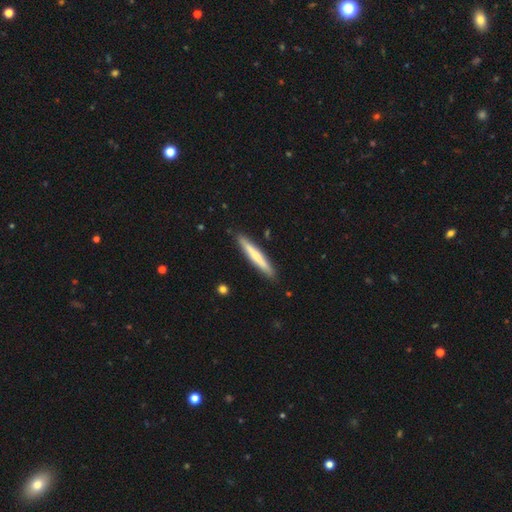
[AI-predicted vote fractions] A smooth galaxy with no disk features (59%) that is cigar-shaped (95%). Merging: none (90%).